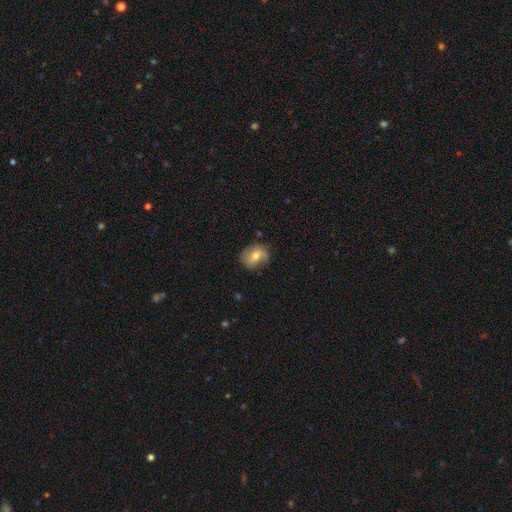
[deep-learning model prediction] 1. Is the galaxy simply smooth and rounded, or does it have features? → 63% smooth, 27% featured or disk, 9% star or artifact.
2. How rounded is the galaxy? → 56% round, 43% in between, 1% cigar-shaped.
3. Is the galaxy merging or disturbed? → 70% none, 23% minor disturbance, 5% major disturbance, 2% merger.